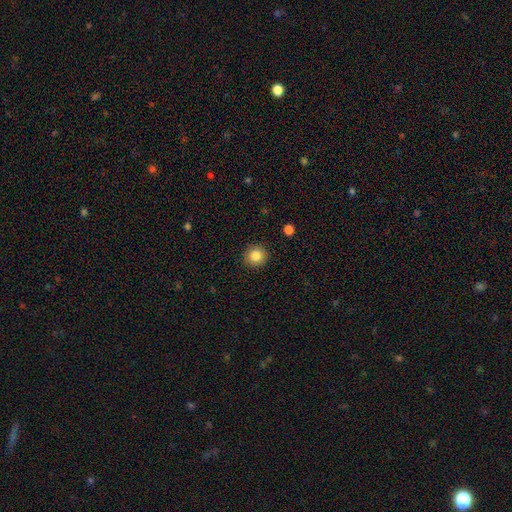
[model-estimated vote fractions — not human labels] This appears to be a smooth galaxy with no disk features (84%) that is round (92%). Merging: none (91%).